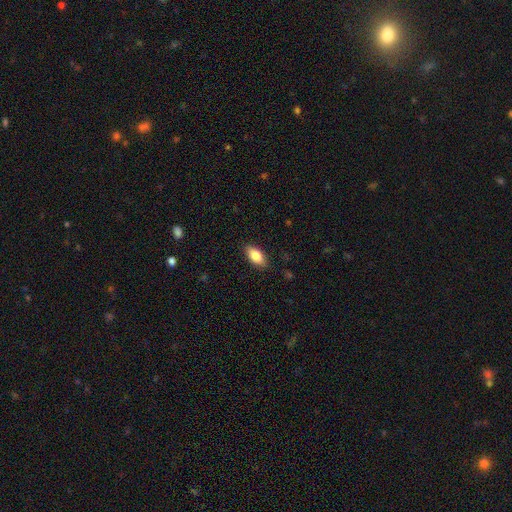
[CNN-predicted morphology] type=smooth (83%); roundness=in between (90%); merging=none (87%).